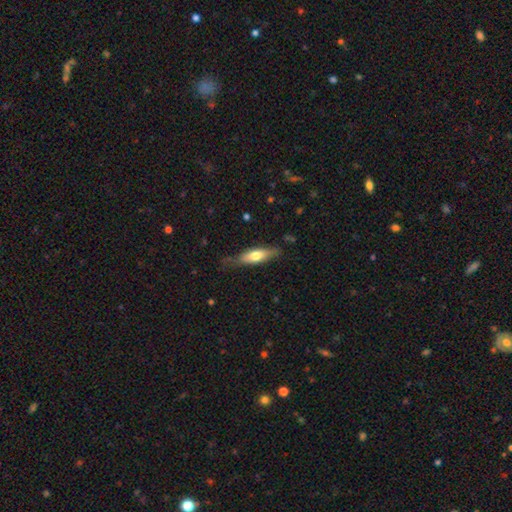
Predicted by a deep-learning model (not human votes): Smooth or featured? Predicted: smooth (p=0.60). How rounded? Predicted: cigar-shaped (p=0.51). Merging? Predicted: none (p=0.68).